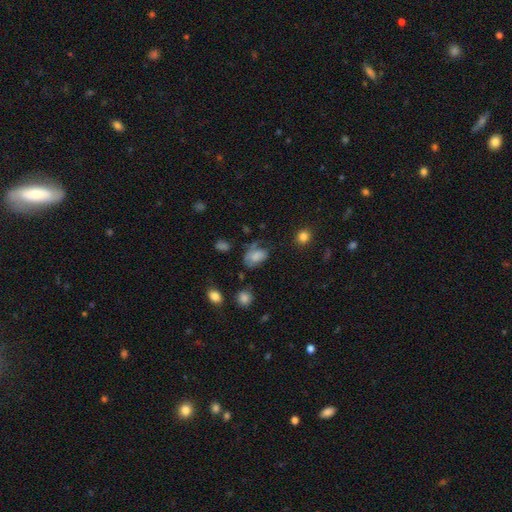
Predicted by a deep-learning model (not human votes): Smooth or featured: smooth — 67% (featured or disk — 21%)
How rounded: in between — 83% (round — 15%)
Merging: none — 37% (minor disturbance — 30%)